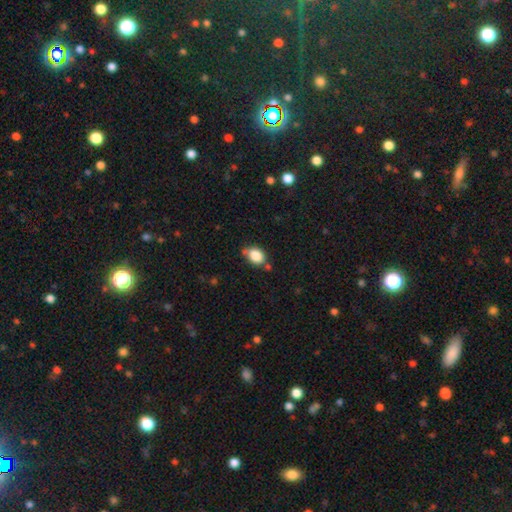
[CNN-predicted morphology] type=smooth (84%); roundness=in between (68%); merging=none (64%).